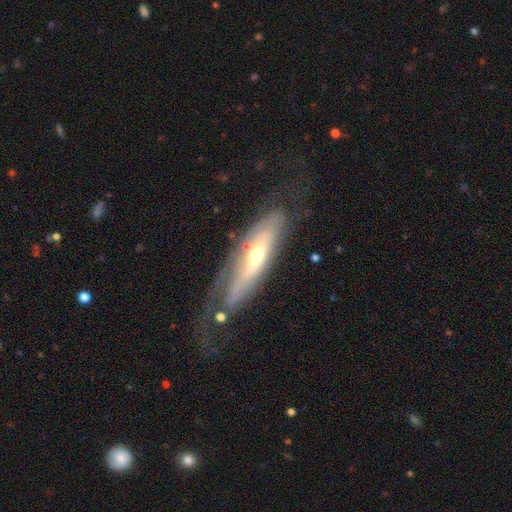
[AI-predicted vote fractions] The model was most divided on "merging": none: 46%, major disturbance: 29%, minor disturbance: 22%, merger: 3%. More confident: smooth or featured — featured or disk (72%); edge-on disk — no (69%).